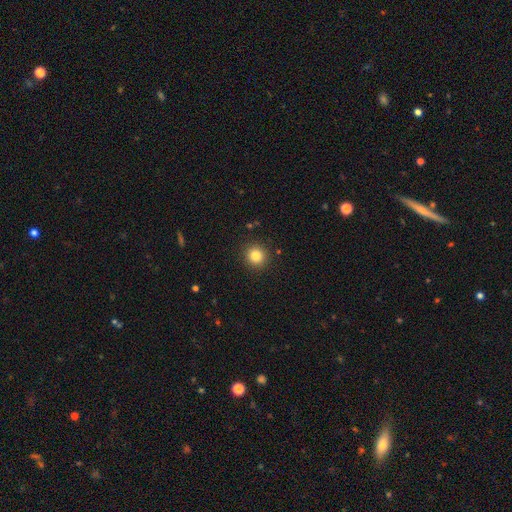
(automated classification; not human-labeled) Smooth or featured?
  - smooth: 82% *
  - star or artifact: 12%
  - featured or disk: 6%
How rounded?
  - round: 93% *
  - in between: 6%
  - cigar-shaped: 1%
Merging?
  - none: 91% *
  - minor disturbance: 6%
  - major disturbance: 2%
  - merger: 1%